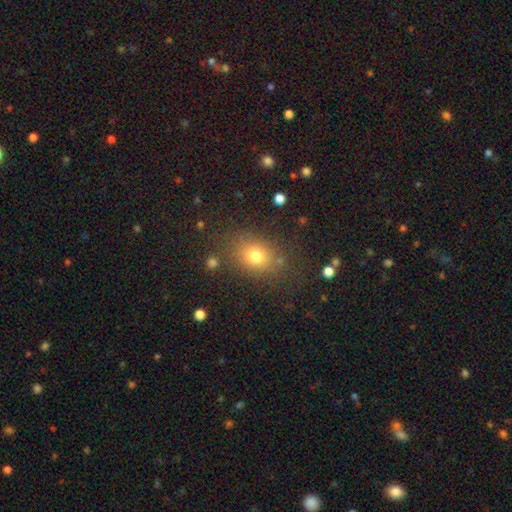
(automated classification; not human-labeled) A smooth galaxy with no disk features (75%) that is in between round and cigar-shaped (54%).

Vote fractions:
- Smooth or featured? smooth: 75% / star or artifact: 16% / featured or disk: 10%
- How rounded? in between: 54% / round: 45% / cigar-shaped: 1%
- Merging? none: 79% / minor disturbance: 12% / major disturbance: 5% / merger: 4%